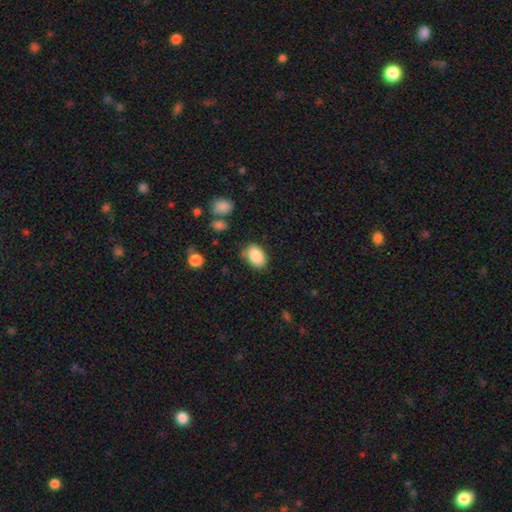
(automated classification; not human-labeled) Q: Smooth or featured?
A: smooth (88%); runner-up: star or artifact (7%)
Q: How rounded?
A: in between (88%); runner-up: round (11%)
Q: Merging?
A: none (79%); runner-up: minor disturbance (15%)